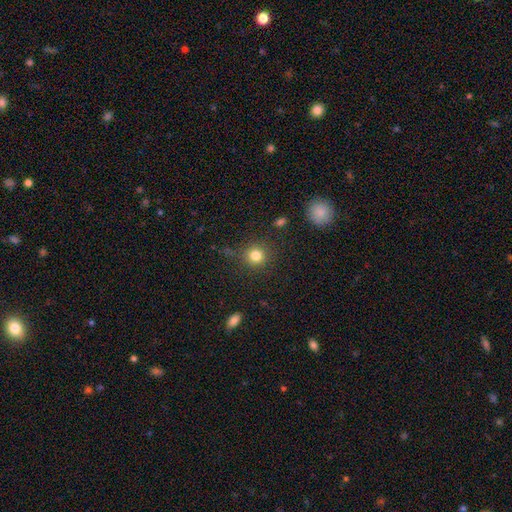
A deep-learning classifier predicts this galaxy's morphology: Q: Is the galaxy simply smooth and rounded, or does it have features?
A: smooth — 82%.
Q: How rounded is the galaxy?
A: round — 90%.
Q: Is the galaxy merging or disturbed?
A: none — 85%.